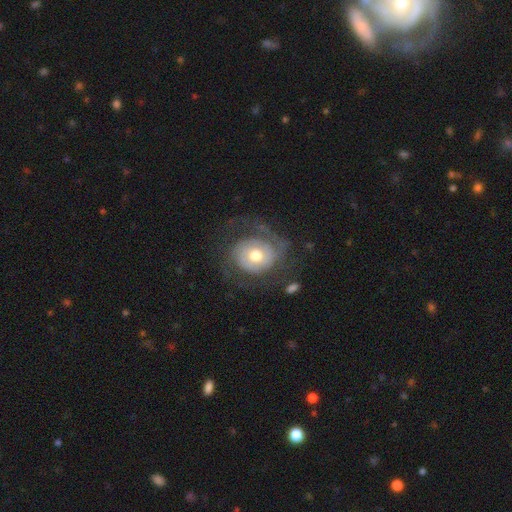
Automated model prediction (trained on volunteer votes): Overall: featured or disk (71%). Edge-on disk: no (97%). Bar: no (78%). Spiral arms: yes (85%). Spiral arm count: 2 (38%; can't tell 25%). Spiral winding: tight (52%; medium 30%). Bulge size: moderate (71%). Merging: none (57%; major disturbance 23%).